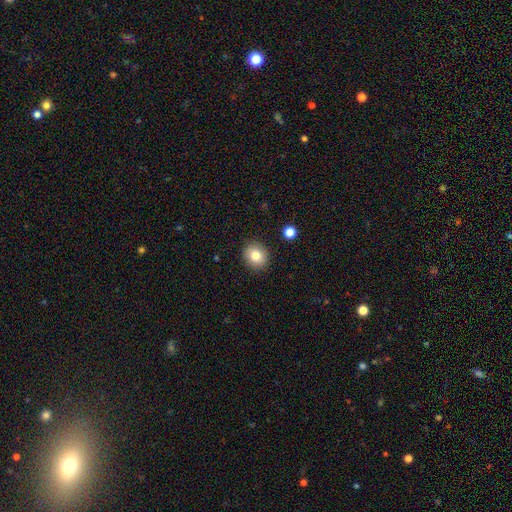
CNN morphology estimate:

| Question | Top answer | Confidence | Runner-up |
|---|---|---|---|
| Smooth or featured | smooth | 82% | star or artifact (10%) |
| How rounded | round | 77% | in between (22%) |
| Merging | none | 89% | minor disturbance (7%) |